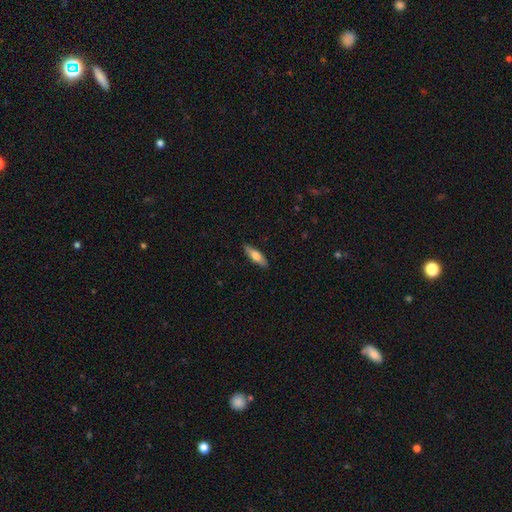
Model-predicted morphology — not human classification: smooth-or-featured: smooth: 64% | featured or disk: 30% | star or artifact: 6%
  how-rounded: cigar-shaped: 55% | in between: 42% | round: 2%
  merging: none: 88% | minor disturbance: 9% | major disturbance: 2% | merger: 1%